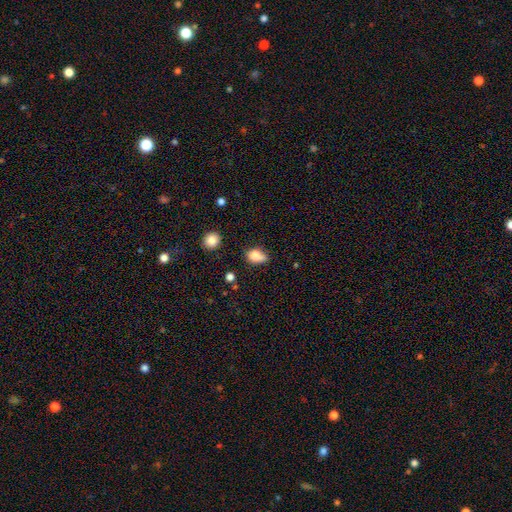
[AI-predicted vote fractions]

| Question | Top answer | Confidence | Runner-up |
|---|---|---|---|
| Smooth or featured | smooth | 81% | star or artifact (10%) |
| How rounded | in between | 70% | round (27%) |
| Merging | none | 46% | minor disturbance (35%) |